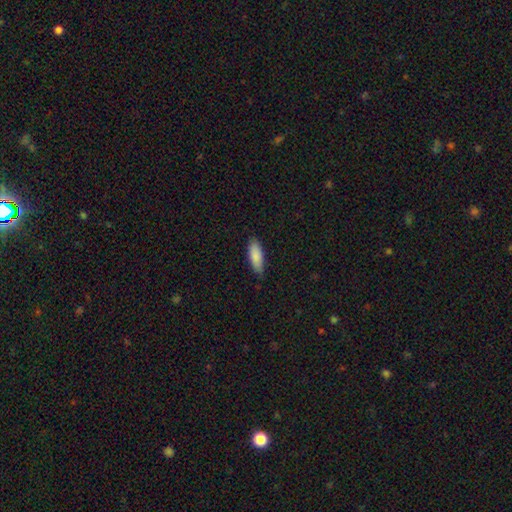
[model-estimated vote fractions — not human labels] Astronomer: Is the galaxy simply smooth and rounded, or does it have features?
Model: smooth — 87%.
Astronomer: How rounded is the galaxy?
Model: in between — 67%.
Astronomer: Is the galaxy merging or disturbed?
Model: none — 76%.